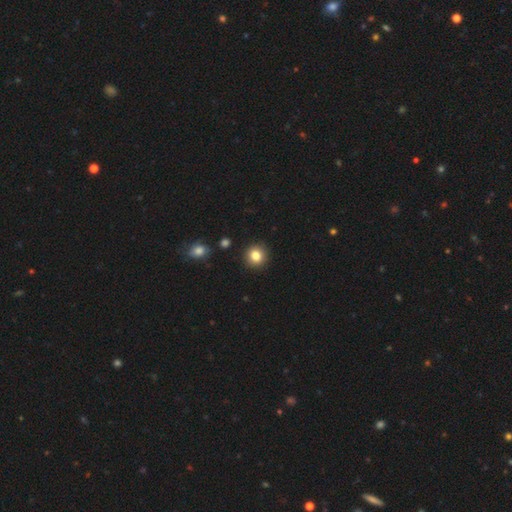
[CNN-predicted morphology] Smooth or featured?
  - smooth: 83% *
  - star or artifact: 10%
  - featured or disk: 6%
How rounded?
  - round: 91% *
  - in between: 8%
  - cigar-shaped: 1%
Merging?
  - none: 91% *
  - minor disturbance: 5%
  - major disturbance: 2%
  - merger: 2%